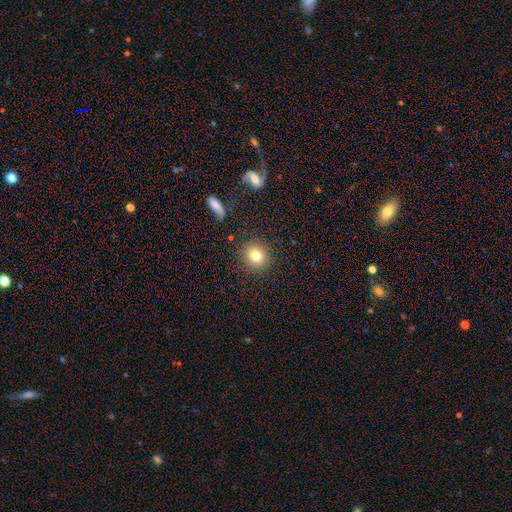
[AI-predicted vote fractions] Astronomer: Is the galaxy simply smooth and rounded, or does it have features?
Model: smooth — 79%.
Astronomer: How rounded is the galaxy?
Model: round — 86%.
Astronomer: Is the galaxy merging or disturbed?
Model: none — 88%.